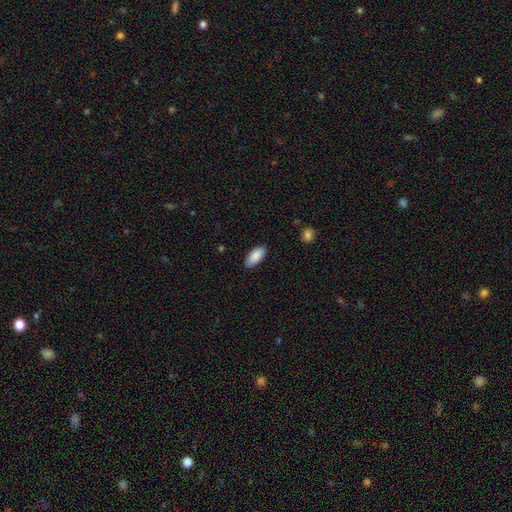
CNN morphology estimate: A smooth galaxy with no disk features (89%) that is in between round and cigar-shaped (92%). Merging: none (86%).